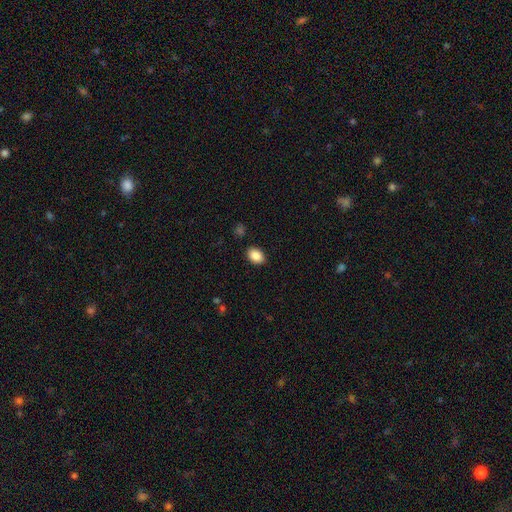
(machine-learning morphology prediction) The model was most divided on "how rounded": in between: 79%, round: 20%, cigar-shaped: 1%. More confident: merging — none (88%); smooth or featured — smooth (88%).